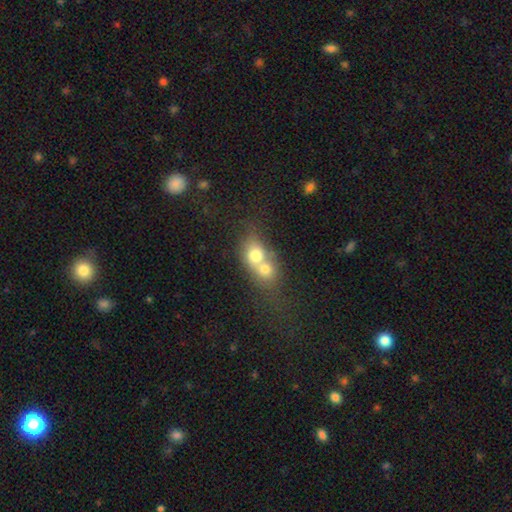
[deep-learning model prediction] smooth_or_featured: smooth (p=0.66) [alt: featured or disk p=0.24]
how_rounded: round (p=0.50) [alt: in between p=0.46]
merging: merger (p=0.77) [alt: none p=0.14]